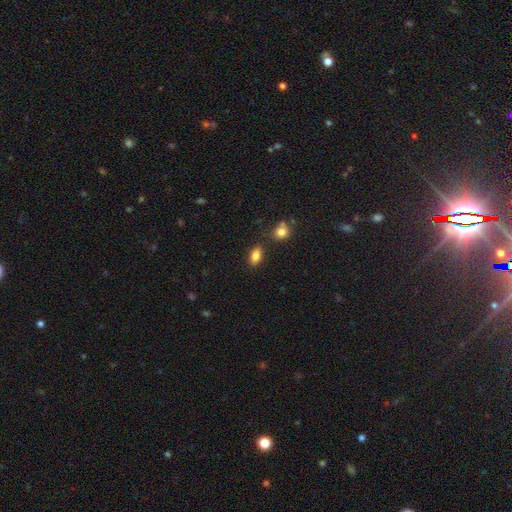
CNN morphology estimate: This is clearly a smooth galaxy (83%). How rounded: clearly in between (87%). Merging: clearly none (81%).